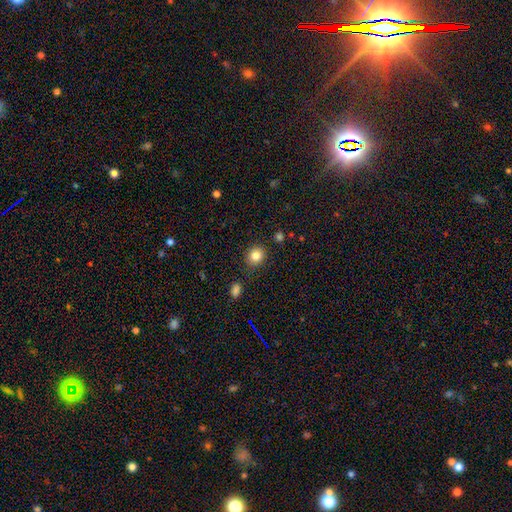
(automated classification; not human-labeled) Smooth or featured?
  - smooth: 84% *
  - star or artifact: 11%
  - featured or disk: 5%
How rounded?
  - round: 72% *
  - in between: 27%
  - cigar-shaped: 1%
Merging?
  - none: 85% *
  - minor disturbance: 10%
  - major disturbance: 3%
  - merger: 2%